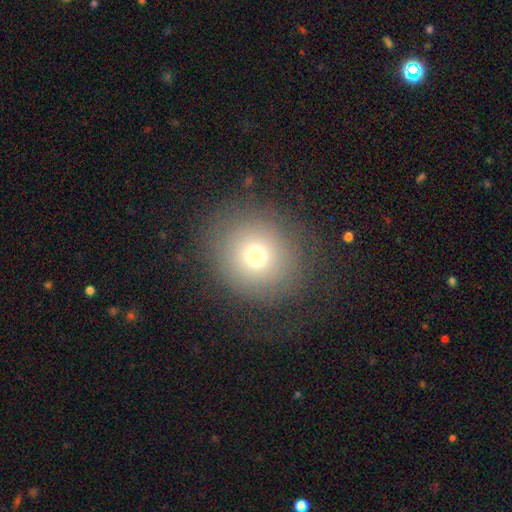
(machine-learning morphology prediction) Overall: smooth (70%). How rounded: round (88%). Merging: none (78%).